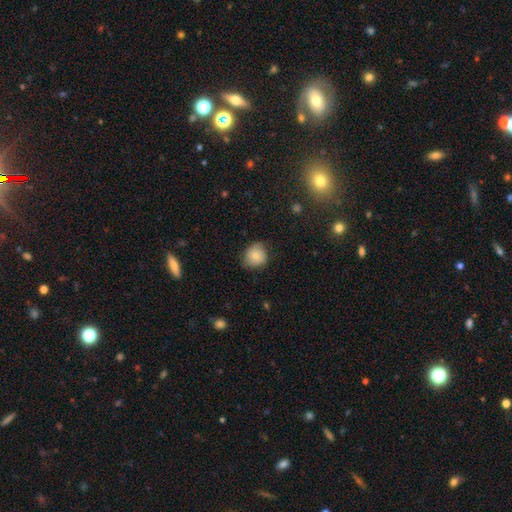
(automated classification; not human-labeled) Smooth or featured? Predicted: smooth (p=0.80). How rounded? Predicted: round (p=0.81). Merging? Predicted: none (p=0.71).